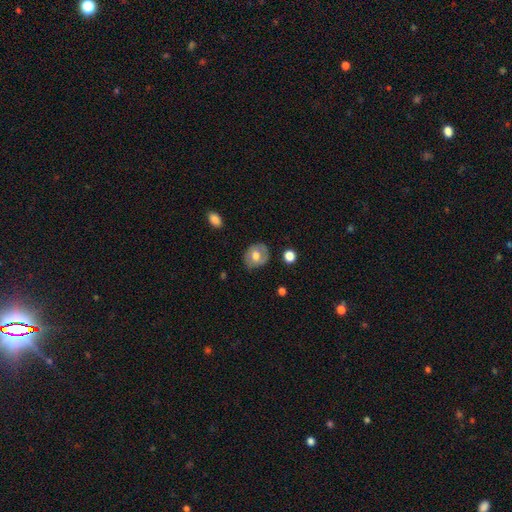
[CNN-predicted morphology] Smooth or featured? Predicted: smooth (p=0.56). How rounded? Predicted: round (p=0.57). Merging? Predicted: none (p=0.74).